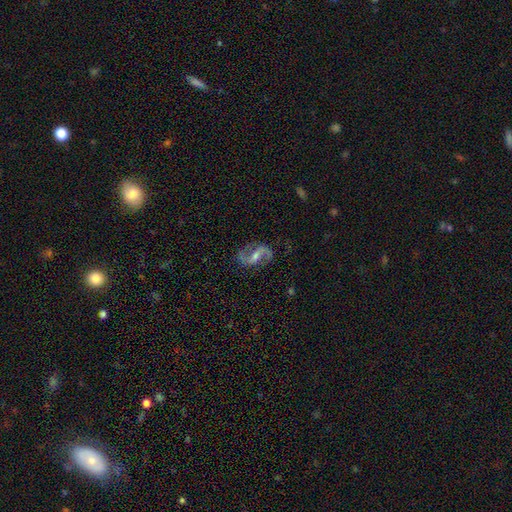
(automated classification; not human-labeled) Overall: featured or disk (89%). Edge-on disk: no (97%). Bar: weak (45%; strong 30%). Spiral arms: yes (96%). Spiral arm count: 2 (93%). Spiral winding: medium (46%; loose 43%). Bulge size: moderate (54%; small 36%). Merging: none (81%).